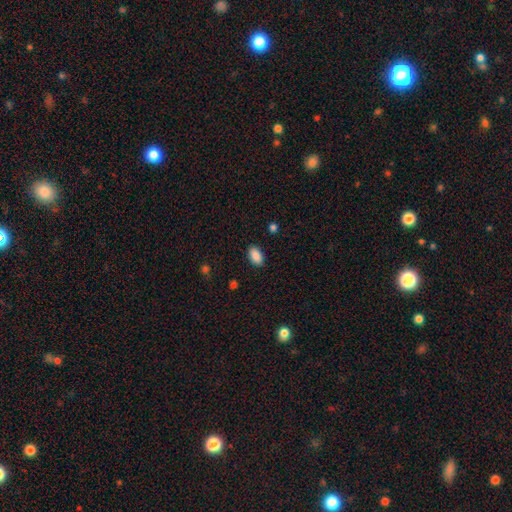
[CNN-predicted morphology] A smooth galaxy with no disk features (89%) that is in between round and cigar-shaped (93%). Merging: none (88%).